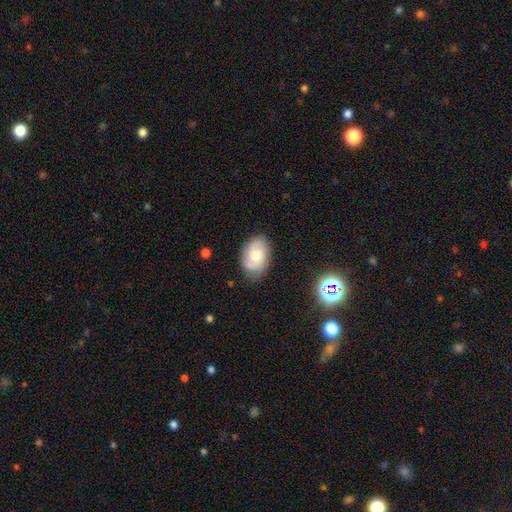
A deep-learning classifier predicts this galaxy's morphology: smooth-or-featured: featured or disk: 52% | smooth: 40% | star or artifact: 8%
  disk-edge-on: no: 96% | yes: 4%
    bar: no: 73% | weak: 24% | strong: 3%
    has-spiral-arms: yes: 86% | no: 14%
    bulge-size: moderate: 56% | small: 29% | large: 9% | none: 4% | dominant: 2%
  merging: none: 75% | minor disturbance: 19% | major disturbance: 5% | merger: 2%